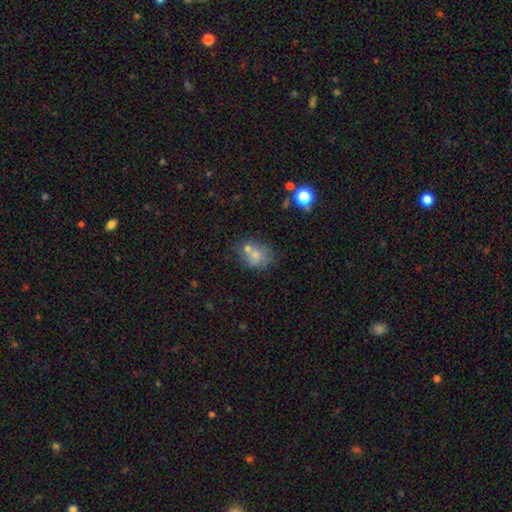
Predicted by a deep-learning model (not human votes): Morphology: type=smooth (70%); roundness=round (53%); merging=none (47%).